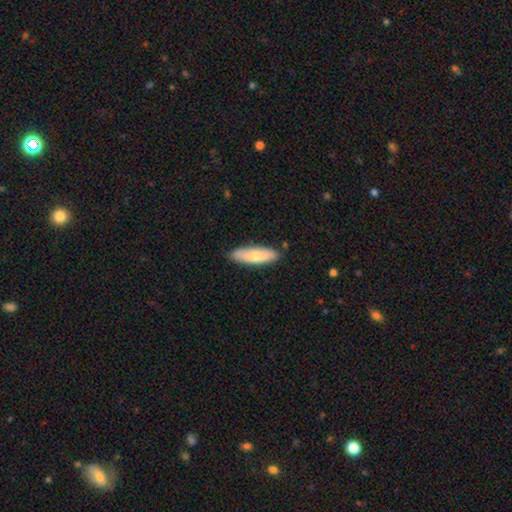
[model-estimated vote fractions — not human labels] smooth 75%, featured or disk 20%, star or artifact 5%. Down the decision tree: how rounded — cigar-shaped (52%); merging — none (85%).